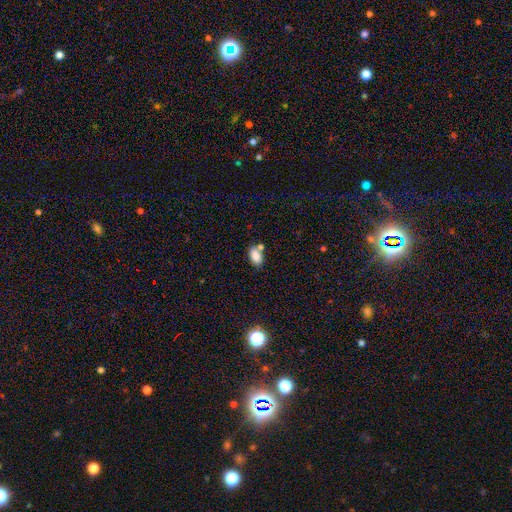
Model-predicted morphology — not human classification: Smooth or featured: smooth — 84% (star or artifact — 9%)
How rounded: in between — 91% (round — 7%)
Merging: none — 58% (merger — 23%)